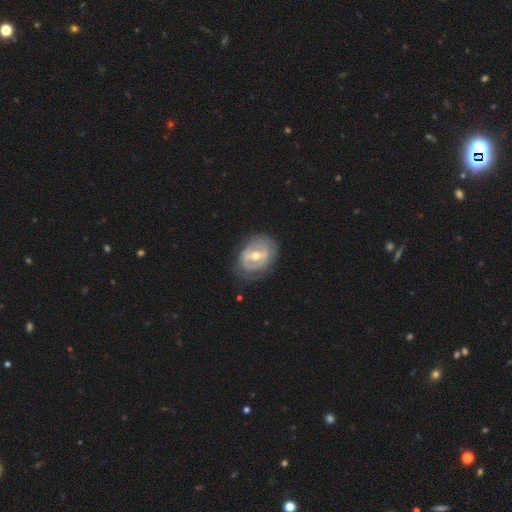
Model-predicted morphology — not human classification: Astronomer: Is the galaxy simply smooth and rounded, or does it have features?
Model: featured or disk — 70%.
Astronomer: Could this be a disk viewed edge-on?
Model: no — 95%.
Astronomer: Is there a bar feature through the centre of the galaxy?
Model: weak — 41% (runner-up: strong, 37%).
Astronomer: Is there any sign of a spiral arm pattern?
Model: no — 55% (runner-up: yes, 45%).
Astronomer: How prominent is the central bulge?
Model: moderate — 75%.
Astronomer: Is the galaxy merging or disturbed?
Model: none — 72%.